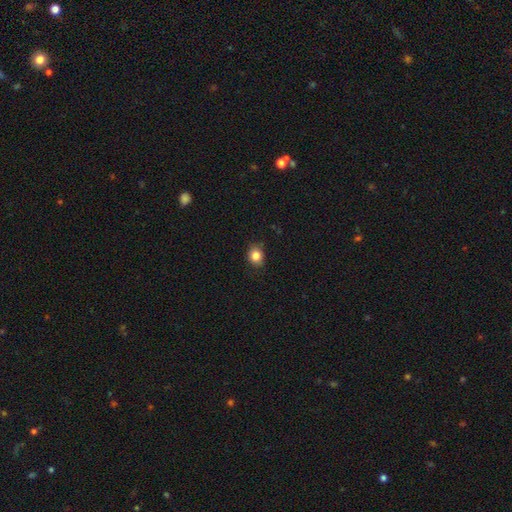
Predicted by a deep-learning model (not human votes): smooth-or-featured: smooth: 84% | star or artifact: 11% | featured or disk: 6%
  how-rounded: round: 65% | in between: 34% | cigar-shaped: 1%
  merging: none: 83% | minor disturbance: 14% | major disturbance: 3% | merger: 1%